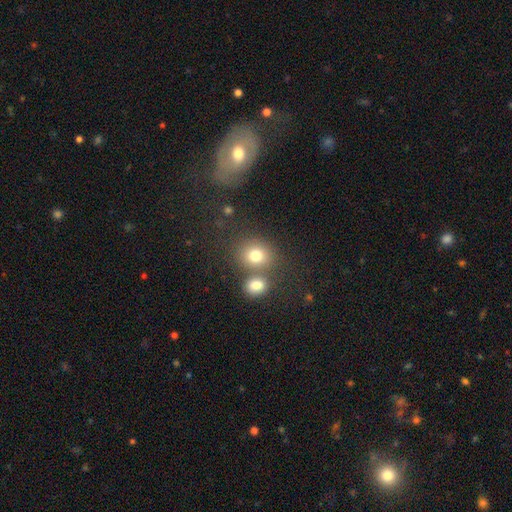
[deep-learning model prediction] A smooth galaxy with no disk features (78%) that is round (68%). Merging: none (58%).